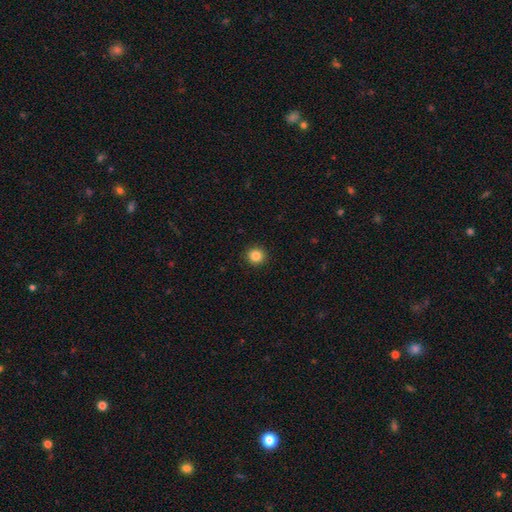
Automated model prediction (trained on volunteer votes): Smooth or featured: smooth — 85% (star or artifact — 11%)
How rounded: round — 93% (in between — 6%)
Merging: none — 93% (minor disturbance — 5%)